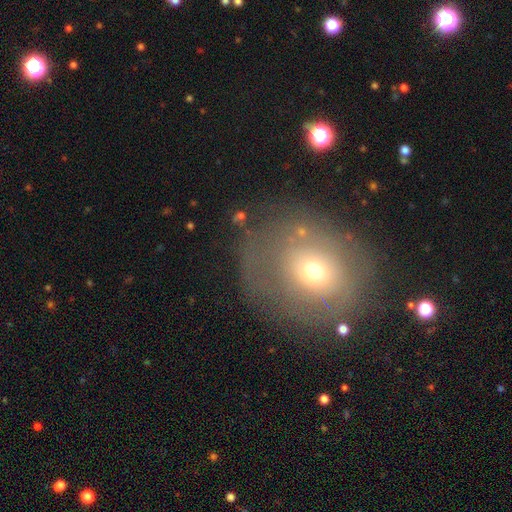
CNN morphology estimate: This appears to be a smooth galaxy with no disk features (55%) that is round (64%). Merging: none (70%).